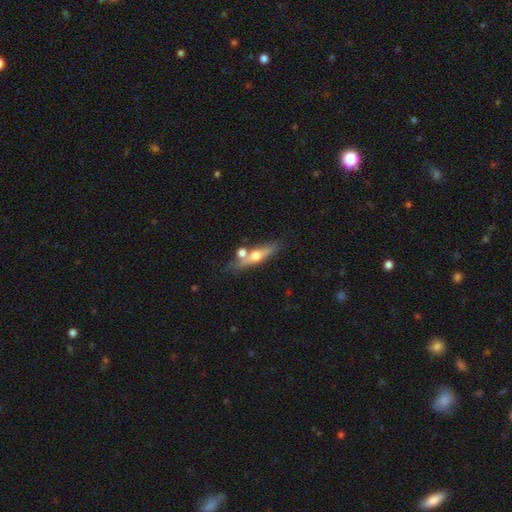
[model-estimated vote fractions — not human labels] smooth_or_featured: featured or disk (p=0.55) [alt: smooth p=0.38]
disk_edge_on: yes (p=0.86) [alt: no p=0.14]
merging: none (p=0.62) [alt: merger p=0.21]